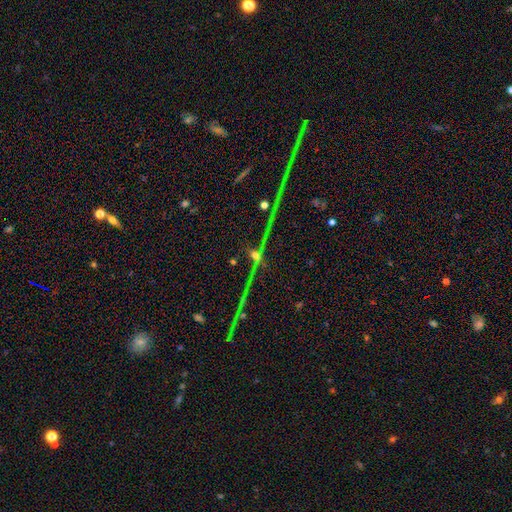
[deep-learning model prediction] A featured or disk galaxy (48%).

Vote fractions:
- Smooth or featured? featured or disk: 48% / star or artifact: 38% / smooth: 14%
- Merging? none: 76% / minor disturbance: 11% / major disturbance: 8% / merger: 6%